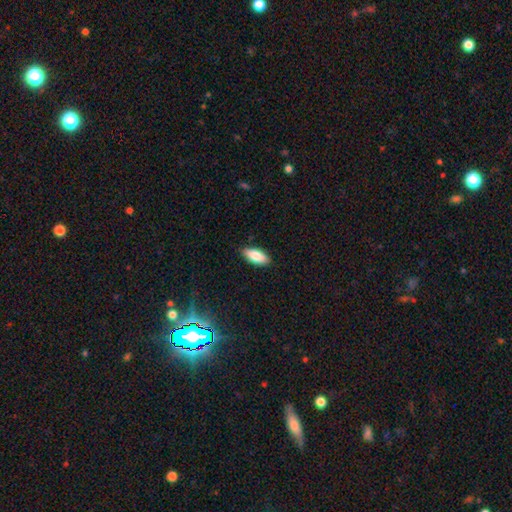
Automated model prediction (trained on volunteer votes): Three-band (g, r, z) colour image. It shows a smooth galaxy with no disk features (84%) that is in between round and cigar-shaped (85%). Merging: none (87%).